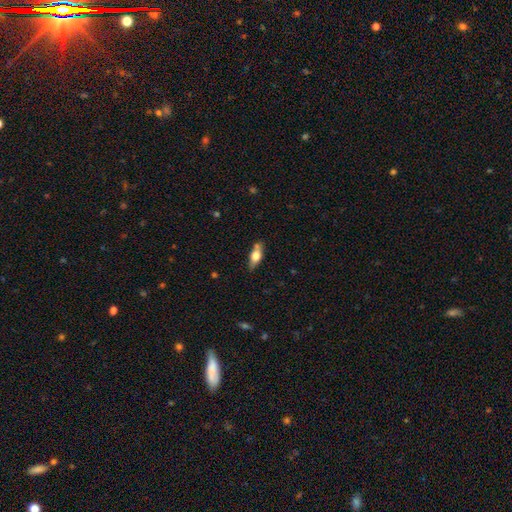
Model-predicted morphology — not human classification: This is possibly a smooth galaxy (57%). How rounded: likely in between (66%). Merging: likely none (73%).